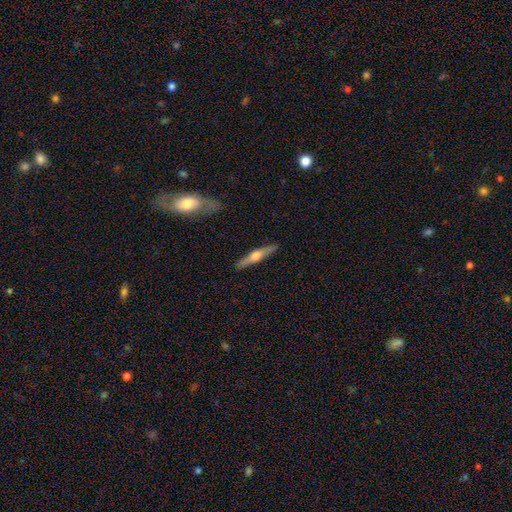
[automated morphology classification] smooth-or-featured: featured or disk: 57% | smooth: 38% | star or artifact: 5%
  disk-edge-on: yes: 95% | no: 5%
    edge-on-bulge: rounded: 89% | none: 5% | boxy: 5%
  merging: none: 89% | minor disturbance: 8% | major disturbance: 2% | merger: 1%